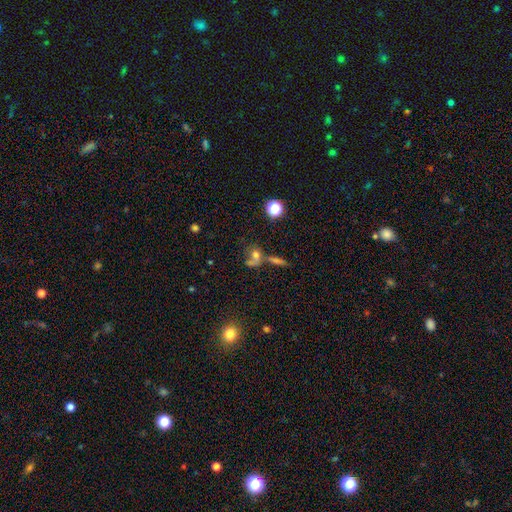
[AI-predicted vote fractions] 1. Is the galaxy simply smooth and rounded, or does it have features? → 44% smooth, 39% star or artifact, 17% featured or disk.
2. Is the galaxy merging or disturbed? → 57% none, 26% merger, 10% minor disturbance, 7% major disturbance.